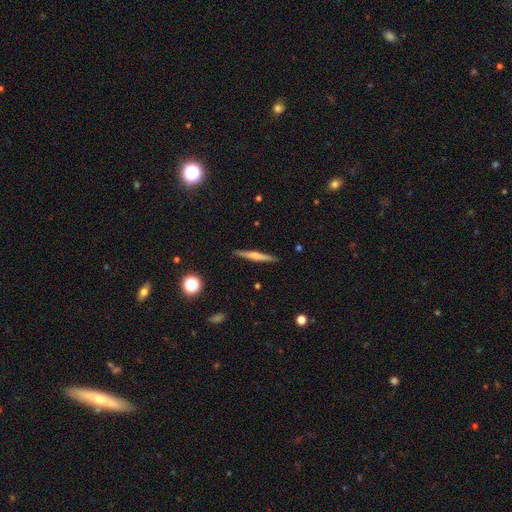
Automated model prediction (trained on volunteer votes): This is possibly a featured or disk galaxy (52%). It is clearly viewed edge-on (97%). Edge-on bulge: possibly rounded (54%). Merging: clearly none (91%).